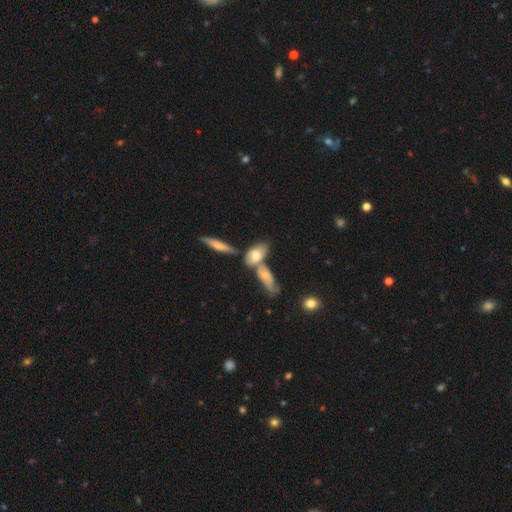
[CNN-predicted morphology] Smooth or featured? Predicted: smooth (p=0.64). How rounded? Predicted: in between (p=0.79). Merging? Predicted: merger (p=0.42).